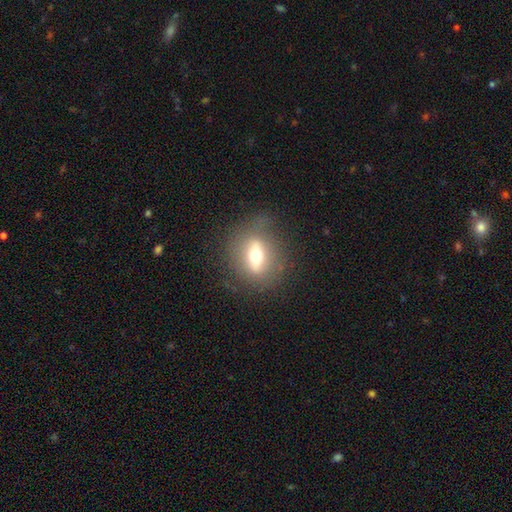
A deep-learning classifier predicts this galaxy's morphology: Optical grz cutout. It shows a smooth galaxy with no disk features (45%, tied with featured or disk). Merging: none (74%).